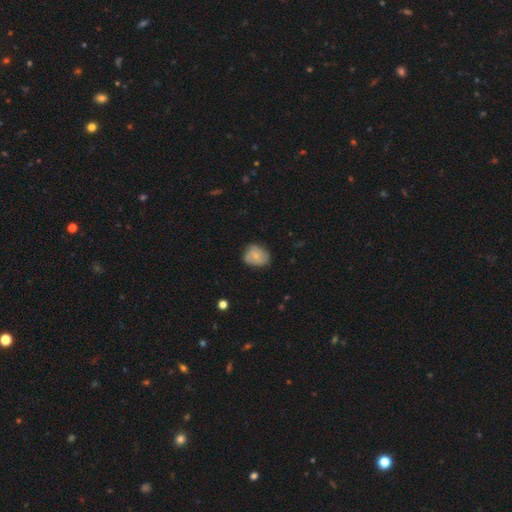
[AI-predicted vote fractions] The model was most divided on "how rounded": round: 54%, in between: 45%, cigar-shaped: 1%. More confident: merging — none (65%); smooth or featured — smooth (53%).